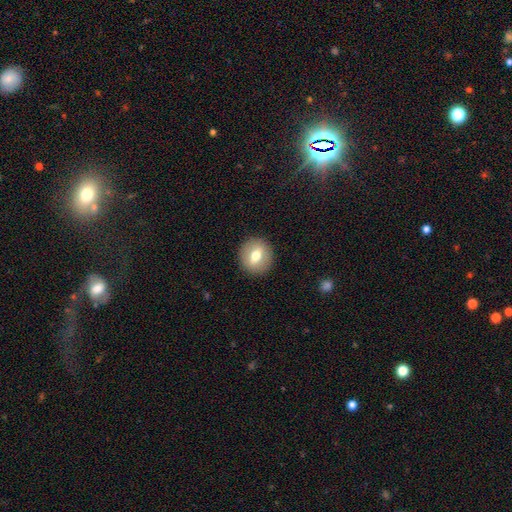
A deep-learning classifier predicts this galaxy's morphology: type=smooth (64%); roundness=round (84%); merging=none (91%).